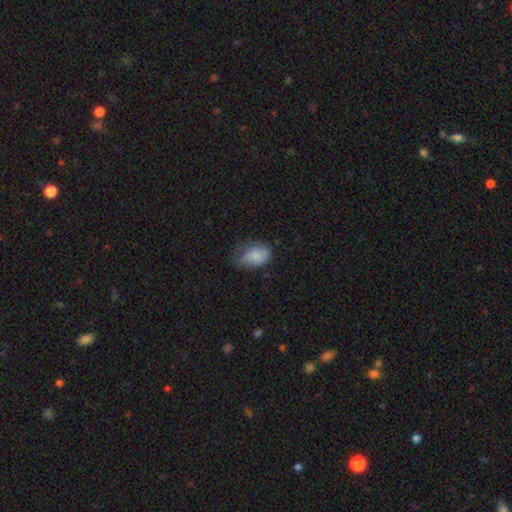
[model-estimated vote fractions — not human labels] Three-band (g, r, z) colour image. It shows a smooth galaxy with no disk features (76%) that is in between round and cigar-shaped (86%). Merging: minor disturbance (41%).